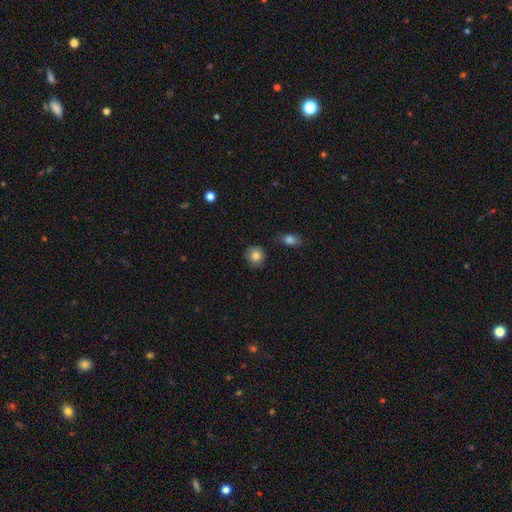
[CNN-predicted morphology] This appears to be a smooth galaxy with no disk features (84%) that is round (84%). Merging: none (85%).